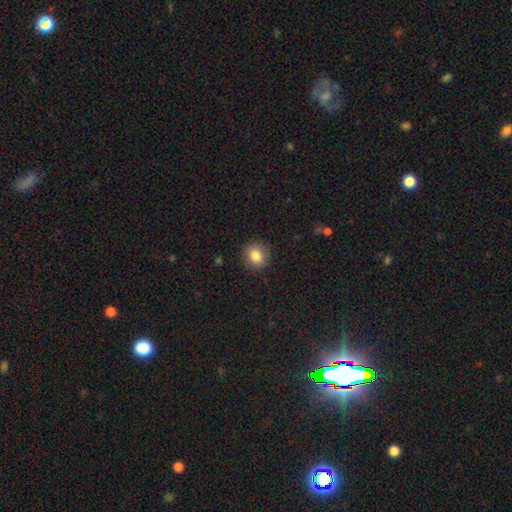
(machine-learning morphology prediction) A smooth galaxy with no disk features (85%) that is round (81%). Merging: none (88%).